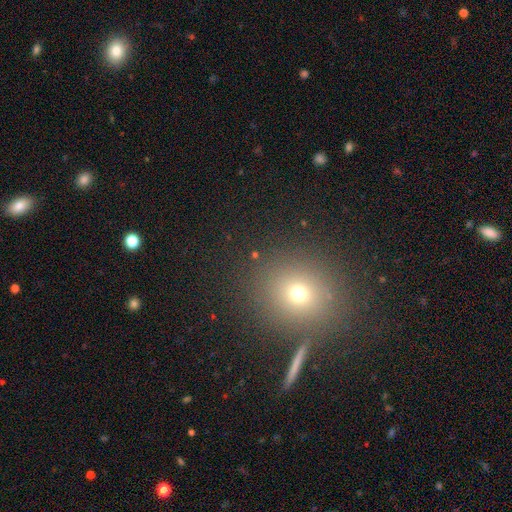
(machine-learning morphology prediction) This is possibly a smooth galaxy (59%). How rounded: clearly round (82%). Merging: clearly none (85%).